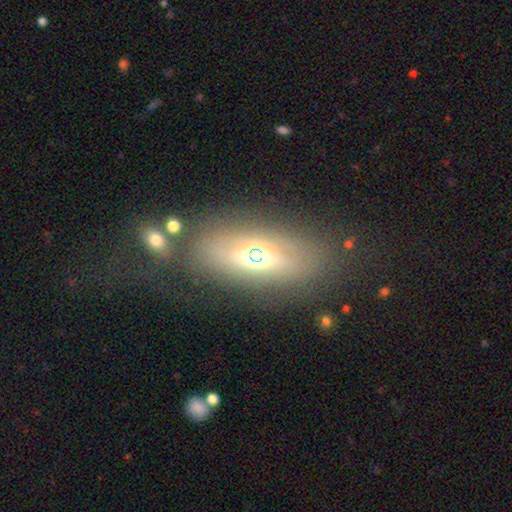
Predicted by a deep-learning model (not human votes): This is marginally a featured or disk galaxy (44%). Merging: likely none (71%).